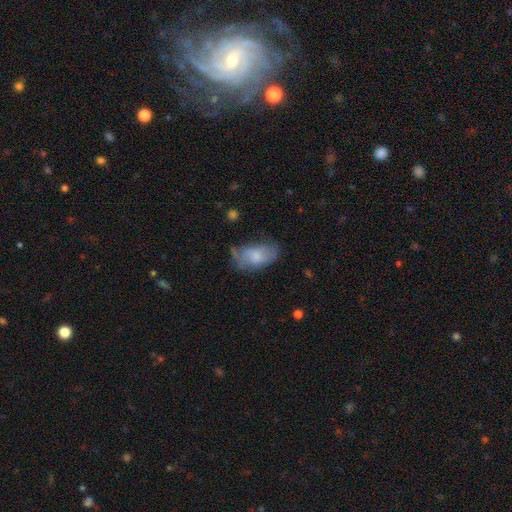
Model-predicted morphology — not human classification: This is likely a smooth galaxy (68%). How rounded: clearly in between (92%). Merging: marginally none (44%).